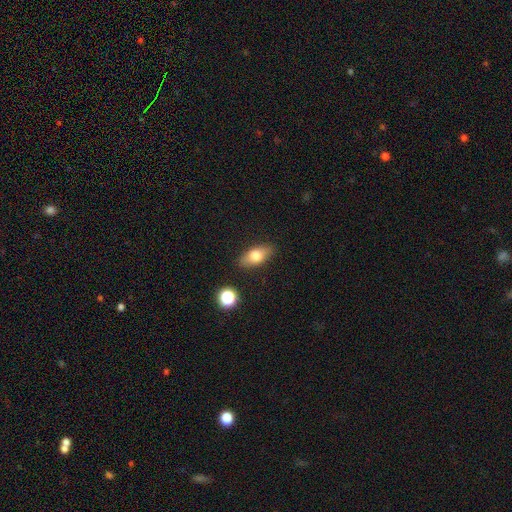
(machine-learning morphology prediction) type=smooth (74%); roundness=in between (83%); merging=none (86%).